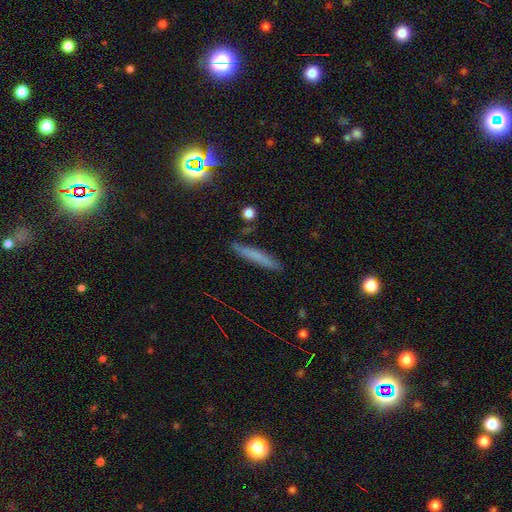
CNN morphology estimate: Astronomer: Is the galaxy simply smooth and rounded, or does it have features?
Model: smooth — 63%.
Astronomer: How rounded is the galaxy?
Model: cigar-shaped — 93%.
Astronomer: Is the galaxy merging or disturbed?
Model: none — 85%.